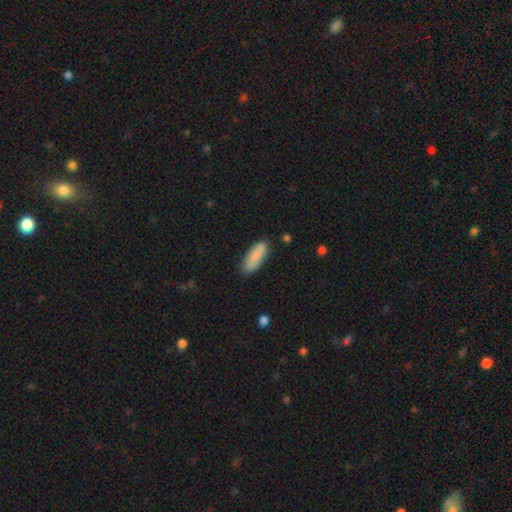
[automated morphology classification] A smooth galaxy with no disk features (83%) that is in between round and cigar-shaped (68%). Merging: none (83%).